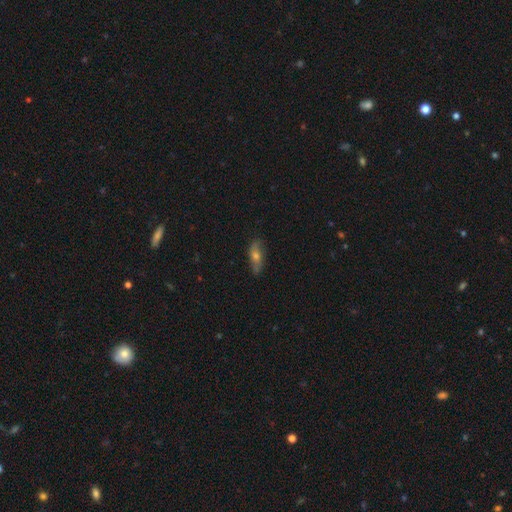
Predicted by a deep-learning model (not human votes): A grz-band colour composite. It shows a featured or disk galaxy (45%, tied with smooth). Merging: none (81%).